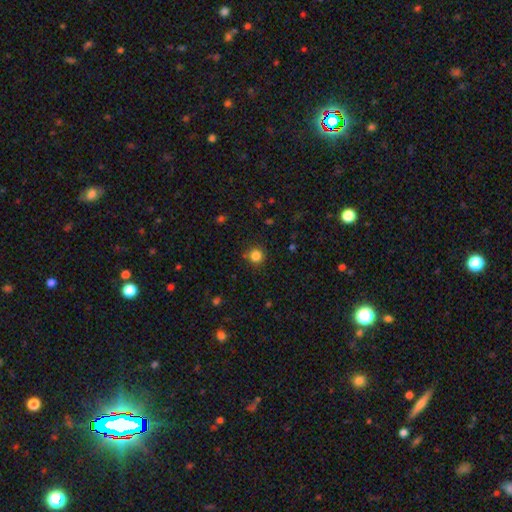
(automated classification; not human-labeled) Smooth or featured: smooth — 83% (star or artifact — 13%)
How rounded: round — 94% (in between — 5%)
Merging: none — 85% (minor disturbance — 9%)